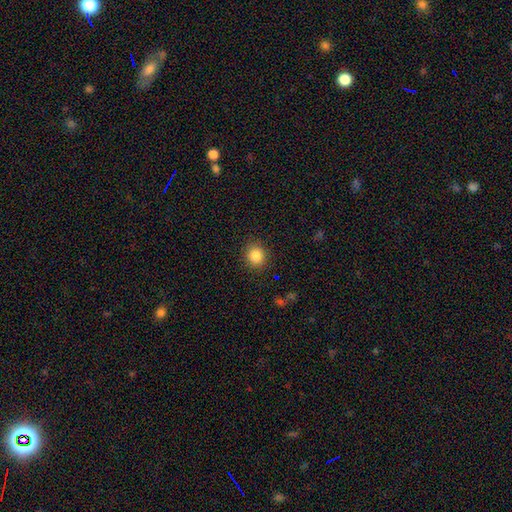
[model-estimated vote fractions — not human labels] Morphology: type=smooth (86%); roundness=round (83%); merging=none (88%).